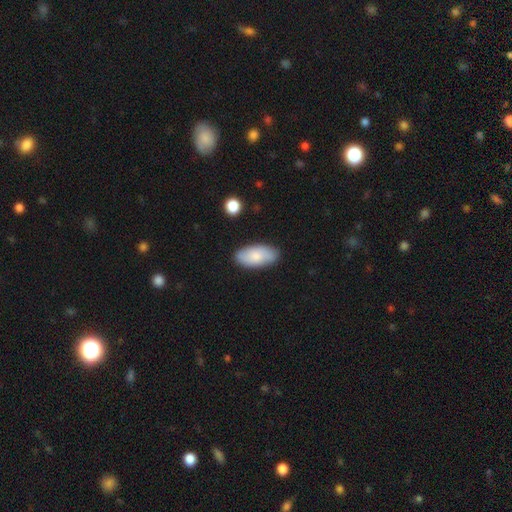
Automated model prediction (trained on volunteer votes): smooth_or_featured: smooth (p=0.76) [alt: featured or disk p=0.18]
how_rounded: in between (p=0.94) [alt: cigar-shaped p=0.04]
merging: none (p=0.84) [alt: minor disturbance p=0.12]